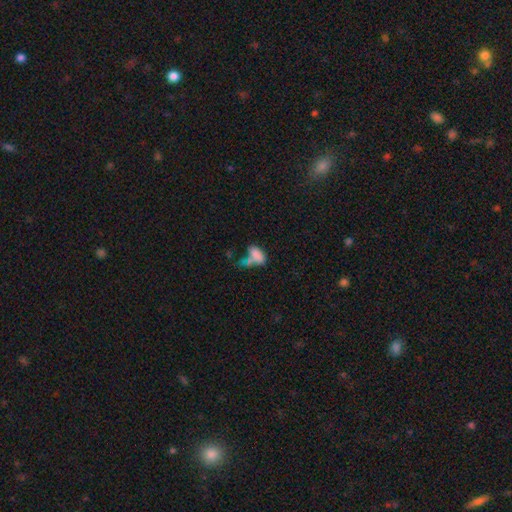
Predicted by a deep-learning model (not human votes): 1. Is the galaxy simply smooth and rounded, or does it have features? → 78% smooth, 12% featured or disk, 10% star or artifact.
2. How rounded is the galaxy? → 91% in between, 5% round, 4% cigar-shaped.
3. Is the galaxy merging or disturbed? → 36% merger, 28% none, 18% minor disturbance, 17% major disturbance.